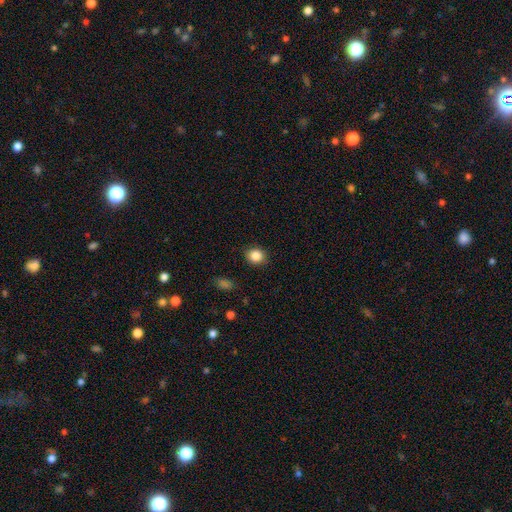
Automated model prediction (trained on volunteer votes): This appears to be a smooth galaxy with no disk features (85%) that is round (71%). Merging: none (88%).